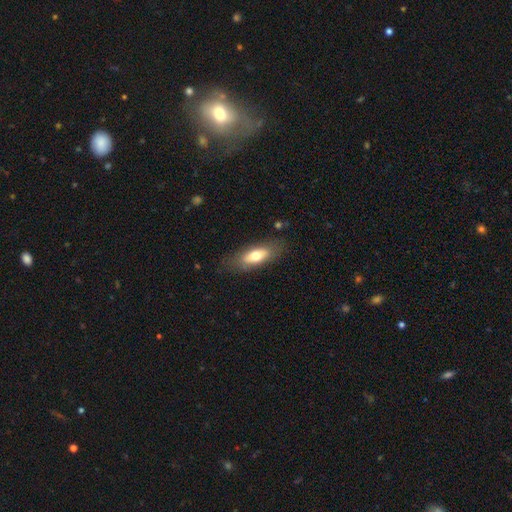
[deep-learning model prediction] Smooth or featured? smooth (65%)
How rounded? in between (72%)
Merging? none (79%)